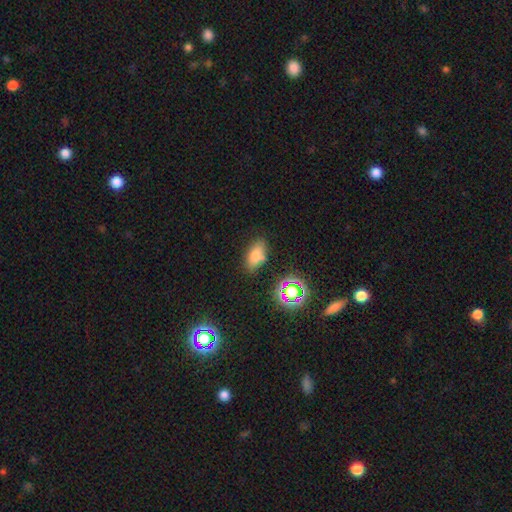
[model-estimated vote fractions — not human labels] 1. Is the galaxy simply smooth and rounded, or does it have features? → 72% smooth, 17% star or artifact, 11% featured or disk.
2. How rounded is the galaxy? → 87% in between, 7% cigar-shaped, 6% round.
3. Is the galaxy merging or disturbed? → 78% none, 14% minor disturbance, 5% merger, 4% major disturbance.